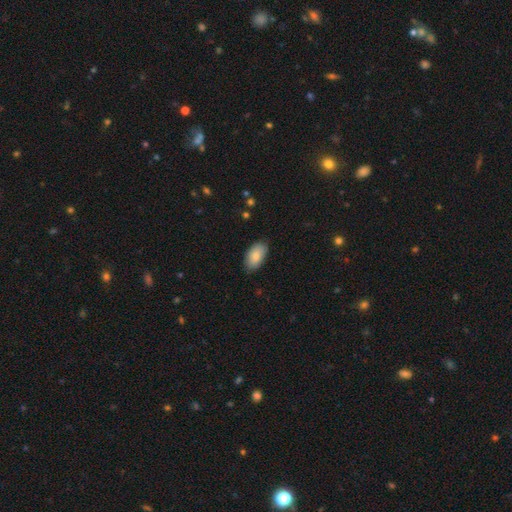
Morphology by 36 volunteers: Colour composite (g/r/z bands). It shows a smooth galaxy with no disk features (89%) that is in between round and cigar-shaped (100%). Merging: none (88%).